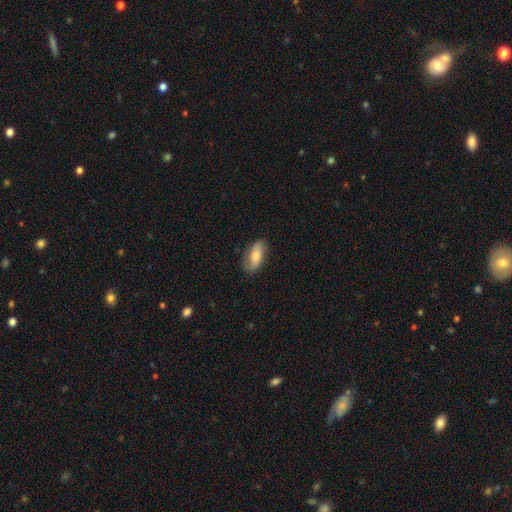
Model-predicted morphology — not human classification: This appears to be a smooth galaxy with no disk features (63%) that is in between round and cigar-shaped (86%). Merging: none (75%).